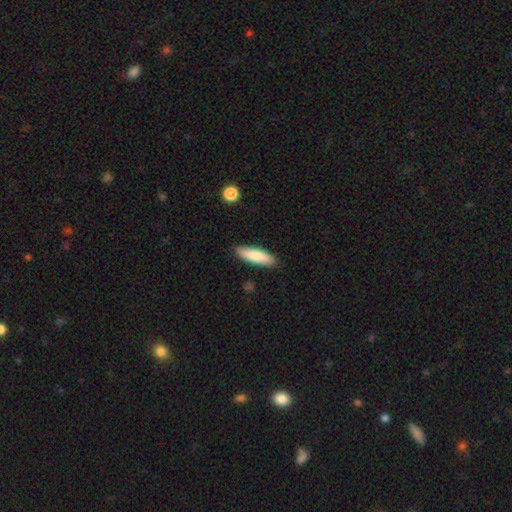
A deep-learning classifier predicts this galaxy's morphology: smooth_or_featured: smooth (p=0.84) [alt: featured or disk p=0.11]
how_rounded: cigar-shaped (p=0.64) [alt: in between p=0.35]
merging: none (p=0.88) [alt: minor disturbance p=0.09]